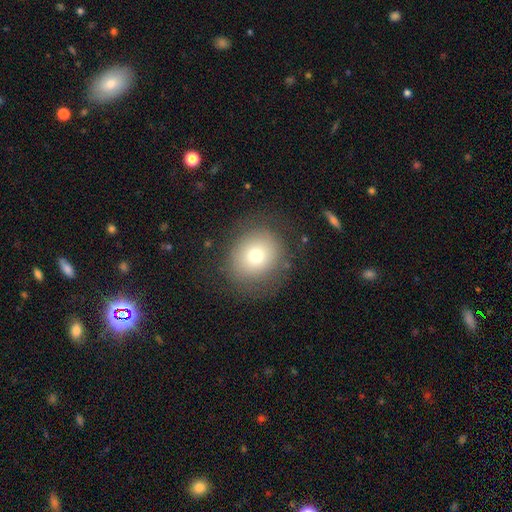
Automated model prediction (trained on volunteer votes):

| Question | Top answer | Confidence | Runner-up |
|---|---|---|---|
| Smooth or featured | smooth | 71% | featured or disk (16%) |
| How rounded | round | 78% | in between (21%) |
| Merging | none | 78% | minor disturbance (13%) |